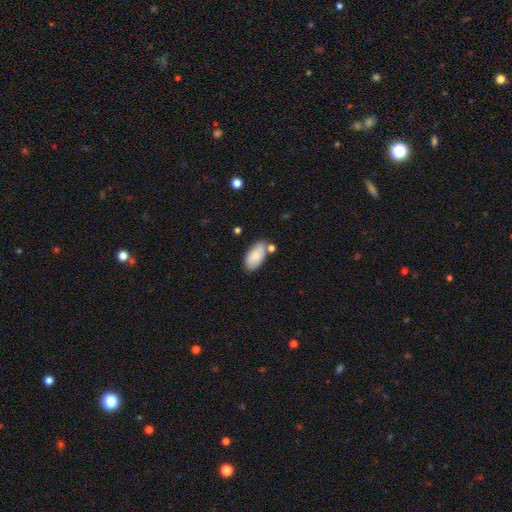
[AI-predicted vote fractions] smooth 84%, featured or disk 10%, star or artifact 6%. Down the decision tree: how rounded — in between (95%); merging — none (68%).